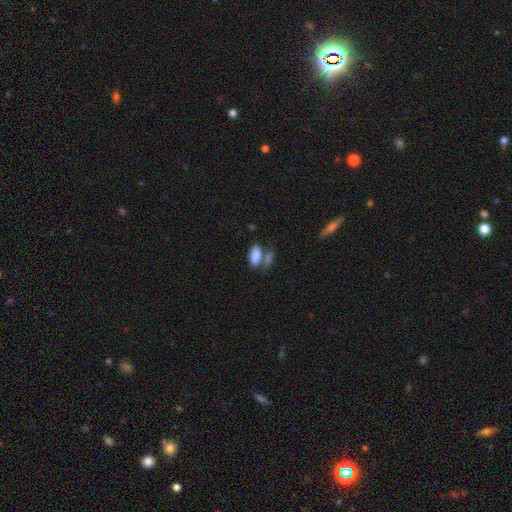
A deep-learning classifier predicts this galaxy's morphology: This is clearly a smooth galaxy (84%). How rounded: clearly in between (92%). Merging: marginally merger (43%).